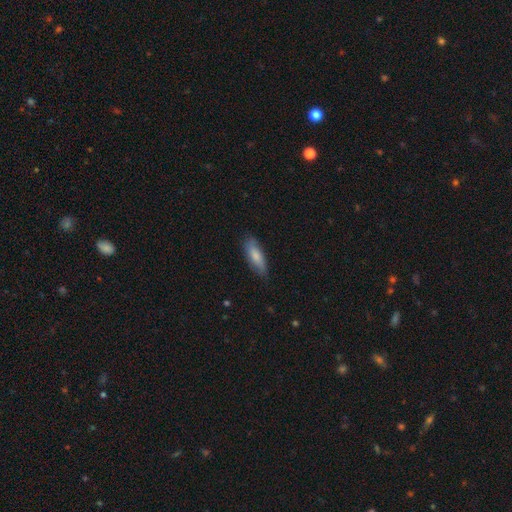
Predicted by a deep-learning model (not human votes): The model was most divided on "how rounded": in between: 54%, cigar-shaped: 44%, round: 2%. More confident: merging — none (80%); smooth or featured — smooth (77%).